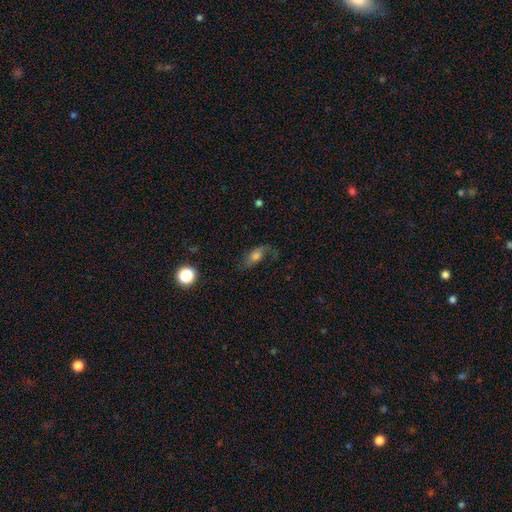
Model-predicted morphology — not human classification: Smooth or featured?
  - smooth: 53% *
  - featured or disk: 35%
  - star or artifact: 12%
How rounded?
  - in between: 79% *
  - cigar-shaped: 11%
  - round: 10%
Merging?
  - none: 55% *
  - minor disturbance: 23%
  - major disturbance: 19%
  - merger: 2%